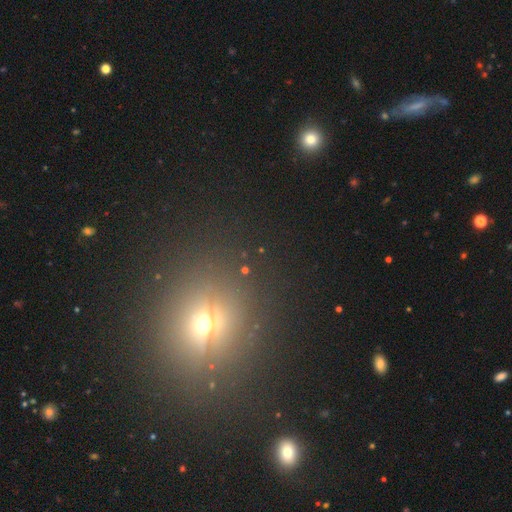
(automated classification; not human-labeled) Smooth or featured? Predicted: star or artifact (p=0.45).